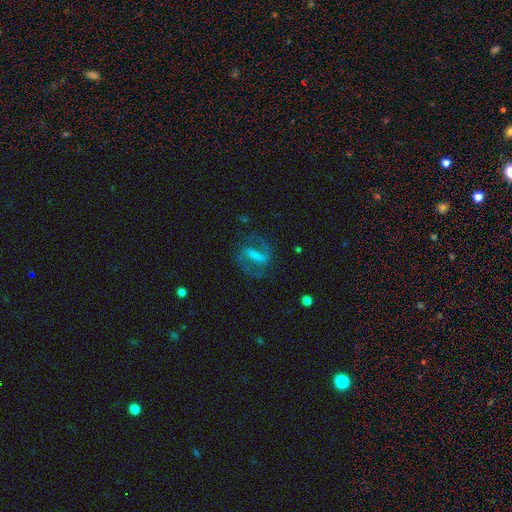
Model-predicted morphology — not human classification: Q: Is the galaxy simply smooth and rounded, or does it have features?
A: featured or disk — 75%.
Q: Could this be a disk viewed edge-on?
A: no — 92%.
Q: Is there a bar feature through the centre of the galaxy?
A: strong — 67%.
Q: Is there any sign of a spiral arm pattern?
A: yes — 86%.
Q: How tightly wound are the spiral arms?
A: medium — 54%.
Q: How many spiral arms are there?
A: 2 — 88%.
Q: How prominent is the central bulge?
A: none — 38%.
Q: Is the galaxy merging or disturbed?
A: none — 75%.